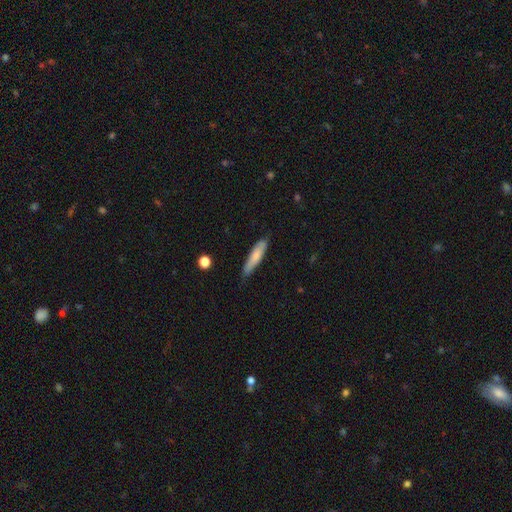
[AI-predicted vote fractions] The model was most divided on "merging": none: 71%, minor disturbance: 23%, major disturbance: 4%, merger: 2%. More confident: how rounded — cigar-shaped (81%); smooth or featured — smooth (75%).